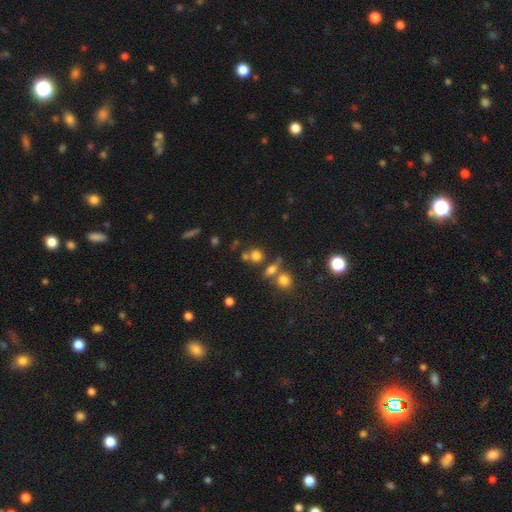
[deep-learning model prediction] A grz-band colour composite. It shows a smooth galaxy with no disk features (70%) that is round (76%). Merging: none (56%).